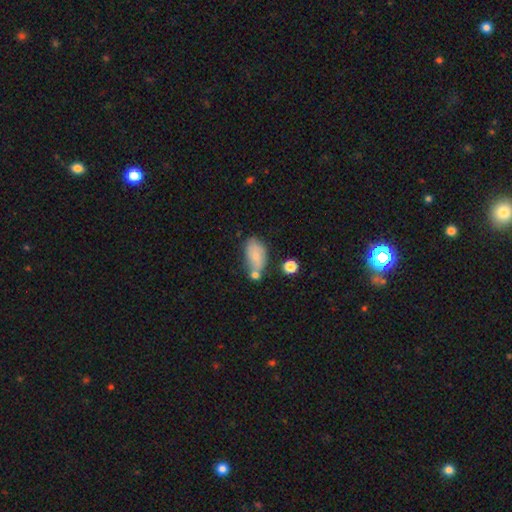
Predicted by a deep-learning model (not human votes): A smooth galaxy with no disk features (72%) that is in between round and cigar-shaped (91%). Merging: none (46%).